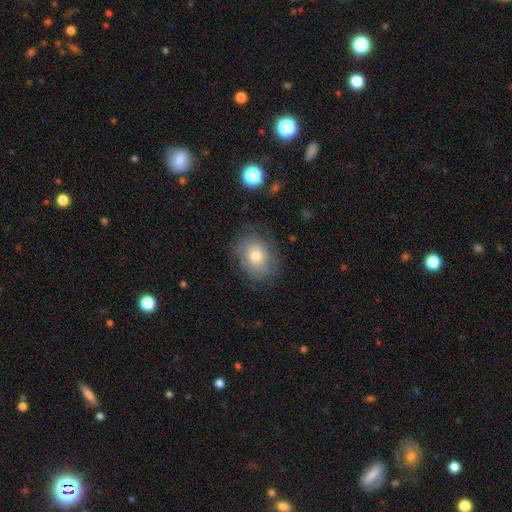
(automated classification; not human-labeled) Morphology: type=smooth (66%); roundness=in between (50%); merging=none (74%).